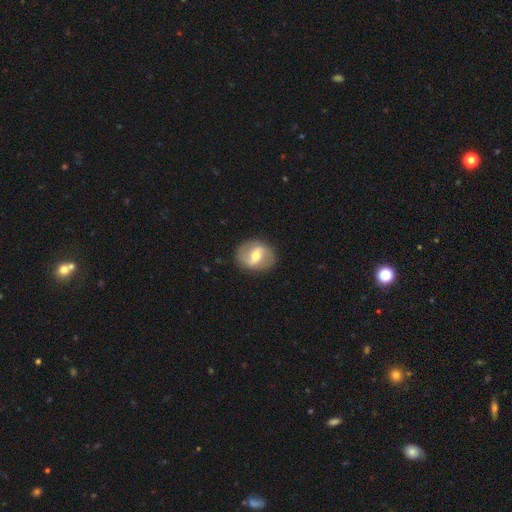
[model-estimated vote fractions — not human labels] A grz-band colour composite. It shows a featured or disk galaxy (62%) with a strong bar (43%), spiral arms (62%) and a moderate central bulge (67%). Merging: none (86%).